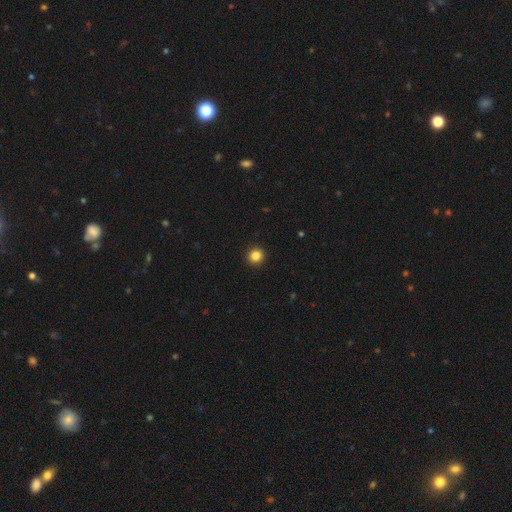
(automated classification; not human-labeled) Smooth or featured?
  - smooth: 85% *
  - star or artifact: 11%
  - featured or disk: 4%
How rounded?
  - round: 93% *
  - in between: 6%
  - cigar-shaped: 1%
Merging?
  - none: 94% *
  - minor disturbance: 4%
  - major disturbance: 1%
  - merger: 1%